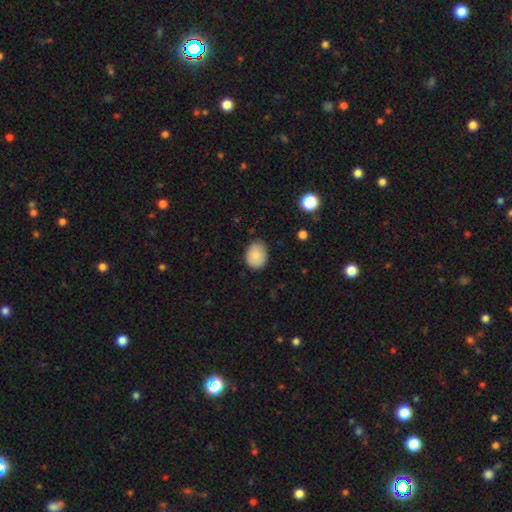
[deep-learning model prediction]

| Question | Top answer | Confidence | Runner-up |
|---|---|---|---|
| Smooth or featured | smooth | 86% | star or artifact (7%) |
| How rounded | in between | 59% | round (40%) |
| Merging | none | 81% | minor disturbance (15%) |